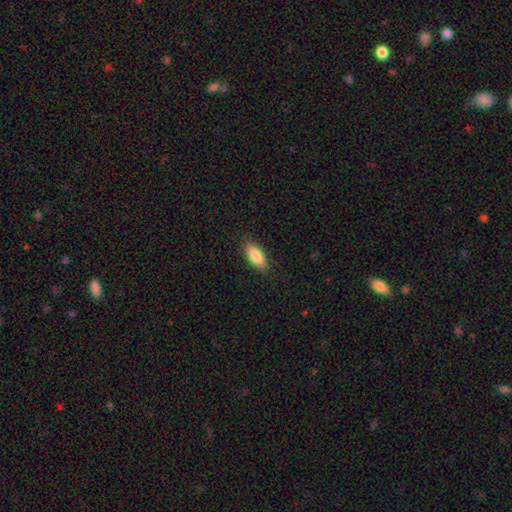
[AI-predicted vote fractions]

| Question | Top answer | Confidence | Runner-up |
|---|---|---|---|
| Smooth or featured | smooth | 85% | featured or disk (9%) |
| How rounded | in between | 83% | cigar-shaped (15%) |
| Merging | none | 86% | minor disturbance (11%) |